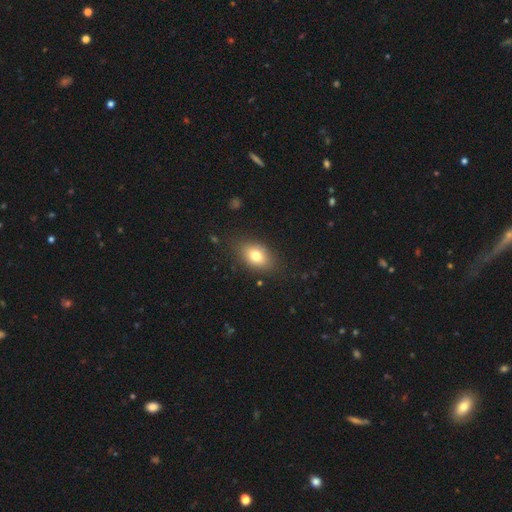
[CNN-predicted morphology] Overall: smooth (77%). How rounded: in between (83%). Merging: none (82%).